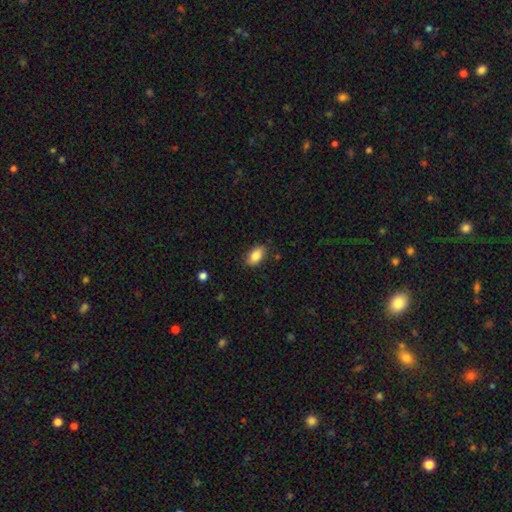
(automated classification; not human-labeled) A smooth galaxy with no disk features (84%) that is in between round and cigar-shaped (91%). Merging: none (84%).